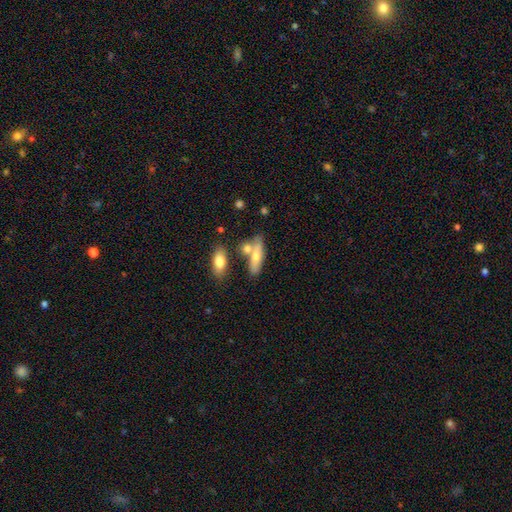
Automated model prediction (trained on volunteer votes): Smooth or featured: smooth — 64% (featured or disk — 28%)
How rounded: in between — 48% (cigar-shaped — 47%)
Merging: none — 52% (merger — 29%)